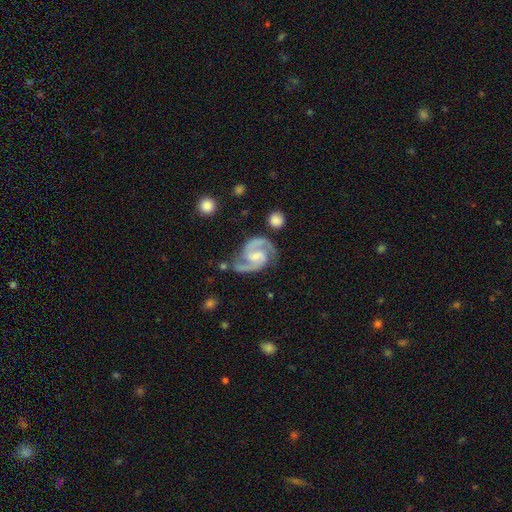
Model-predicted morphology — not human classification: This appears to be a featured or disk galaxy (92%) with a weak bar (48%), 2 (92%) medium (63%) spiral arms (98%) and a small central bulge (54%). Merging: none (72%).